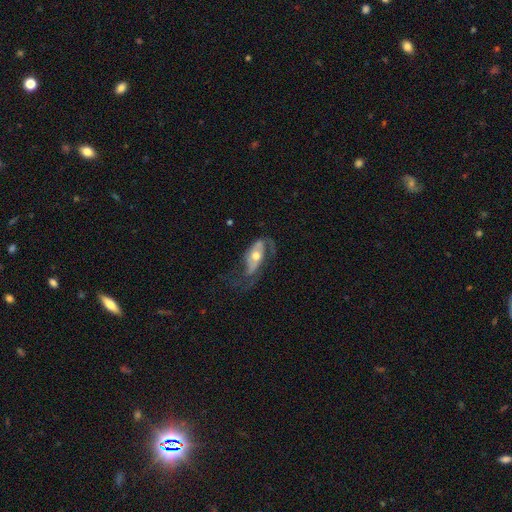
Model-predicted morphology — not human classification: smooth_or_featured: featured or disk (p=0.71) [alt: smooth p=0.23]
disk_edge_on: no (p=0.89) [alt: yes p=0.11]
bar: no (p=0.64) [alt: weak p=0.22]
has_spiral_arms: yes (p=0.78) [alt: no p=0.22]
bulge_size: moderate (p=0.72) [alt: large p=0.13]
merging: major disturbance (p=0.39) [alt: none p=0.37]